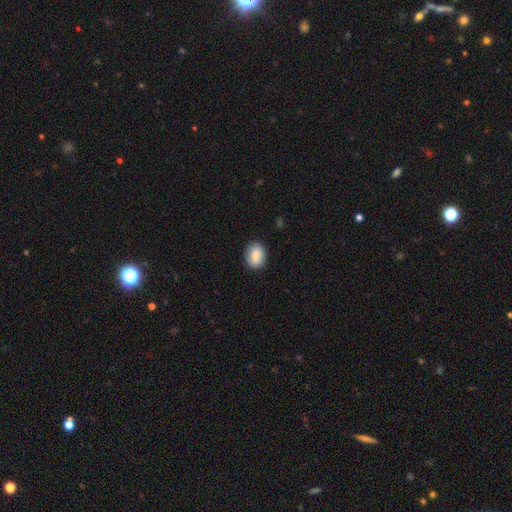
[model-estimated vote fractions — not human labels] smooth 84%, featured or disk 9%, star or artifact 7%. Down the decision tree: how rounded — in between (69%); merging — none (85%).